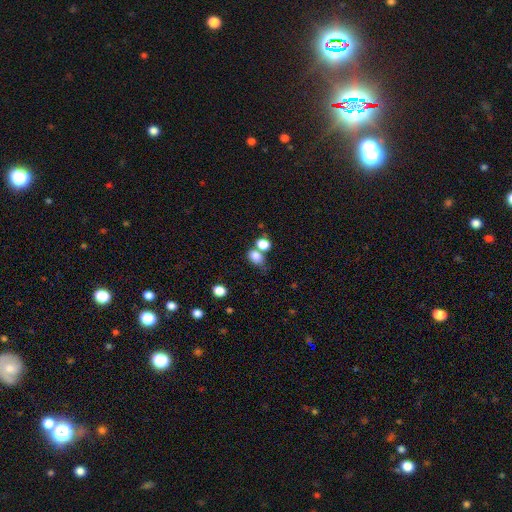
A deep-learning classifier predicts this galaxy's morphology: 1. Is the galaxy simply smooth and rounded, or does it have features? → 82% smooth, 11% star or artifact, 7% featured or disk.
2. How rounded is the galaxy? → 68% in between, 30% round, 2% cigar-shaped.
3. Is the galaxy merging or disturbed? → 40% none, 39% merger, 14% minor disturbance, 7% major disturbance.